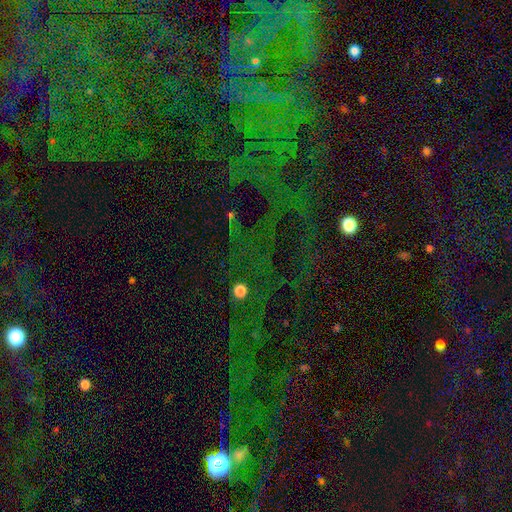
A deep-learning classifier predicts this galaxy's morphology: Smooth or featured? star or artifact (78%)